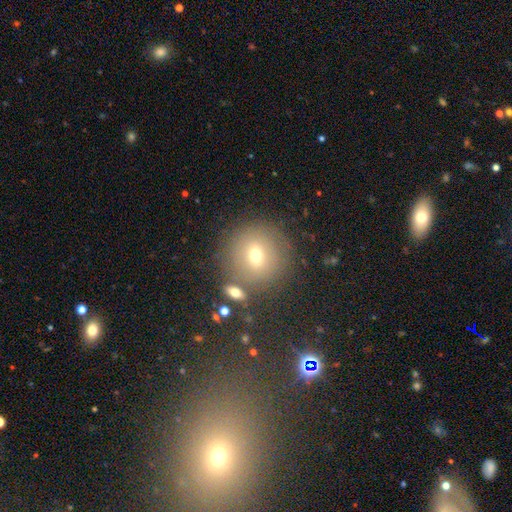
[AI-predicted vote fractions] Smooth or featured: smooth — 65% (featured or disk — 19%)
How rounded: round — 91% (in between — 7%)
Merging: none — 78% (minor disturbance — 9%)